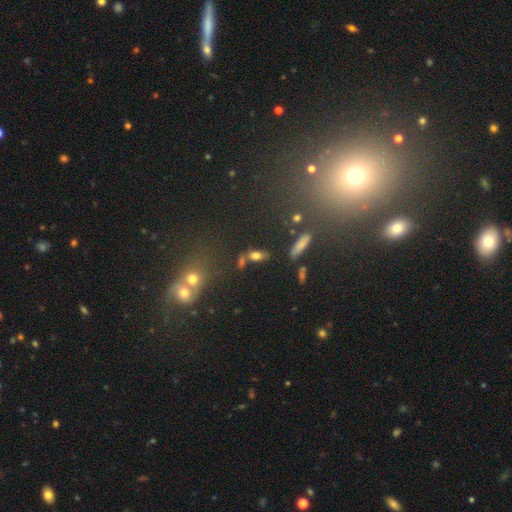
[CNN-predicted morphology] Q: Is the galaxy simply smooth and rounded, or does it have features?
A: smooth — 69%.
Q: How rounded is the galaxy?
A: in between — 75%.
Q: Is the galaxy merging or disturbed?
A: none — 59%.